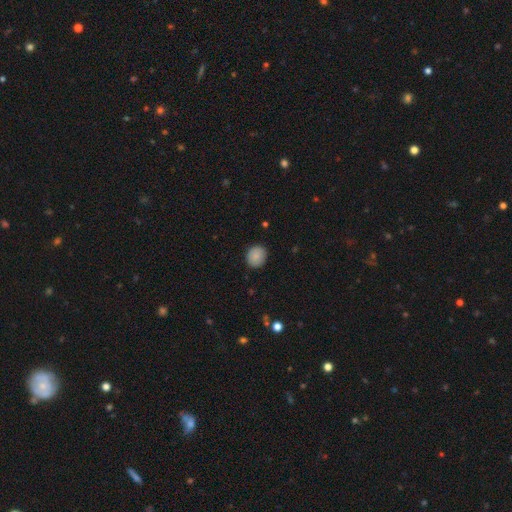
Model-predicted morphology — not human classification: A smooth galaxy with no disk features (87%) that is round (81%).

Vote fractions:
- Smooth or featured? smooth: 87% / star or artifact: 8% / featured or disk: 5%
- How rounded? round: 81% / in between: 18% / cigar-shaped: 1%
- Merging? none: 88% / minor disturbance: 9% / major disturbance: 2% / merger: 1%